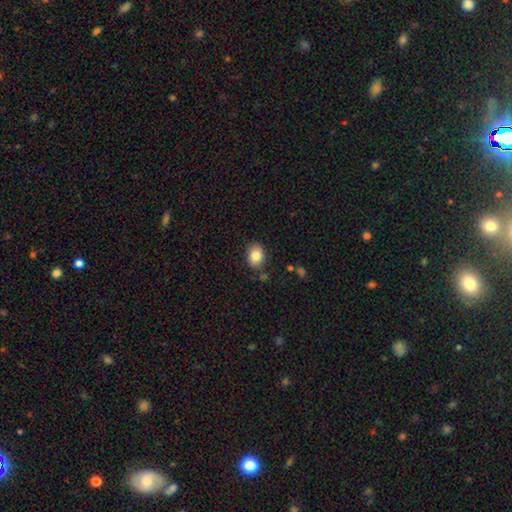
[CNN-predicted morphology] Smooth or featured? smooth (85%)
How rounded? in between (68%)
Merging? none (82%)